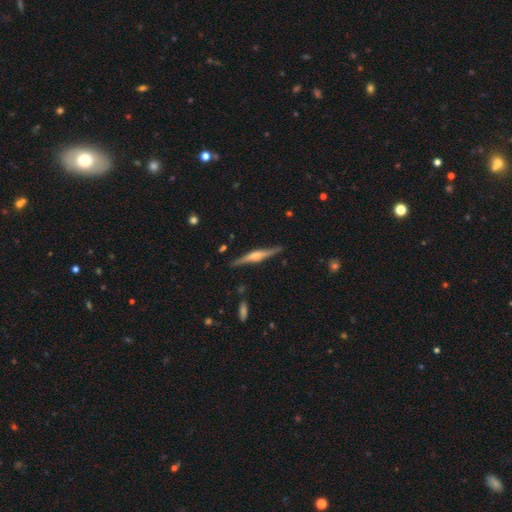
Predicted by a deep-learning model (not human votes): A featured or disk galaxy (77%) viewed edge-on (98%) with a rounded central bulge (76%). Merging: none (87%).